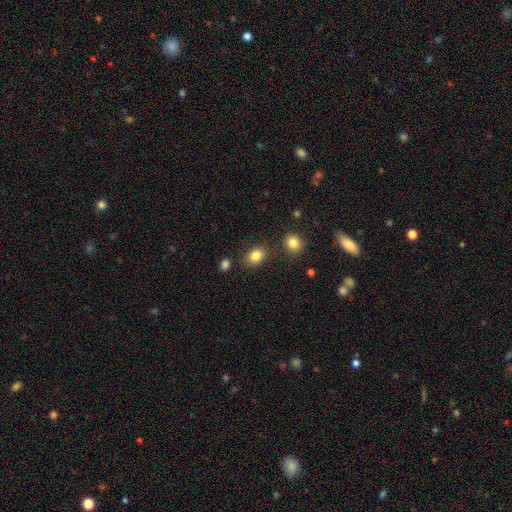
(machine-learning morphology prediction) This is clearly a smooth galaxy (84%). How rounded: possibly in between (57%). Merging: clearly none (80%).